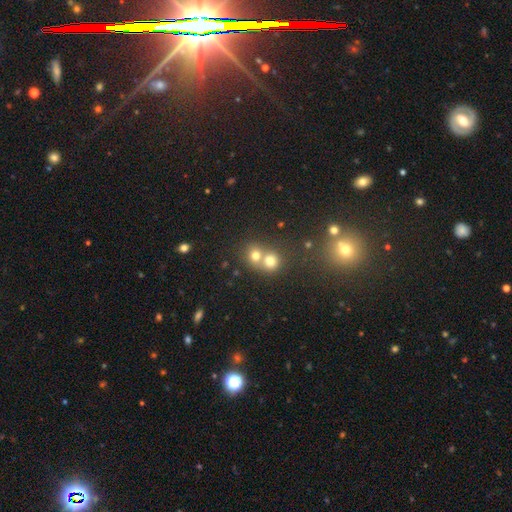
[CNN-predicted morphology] The model was most divided on "merging": merger: 57%, none: 35%, minor disturbance: 5%, major disturbance: 2%. More confident: how rounded — round (80%); smooth or featured — smooth (72%).